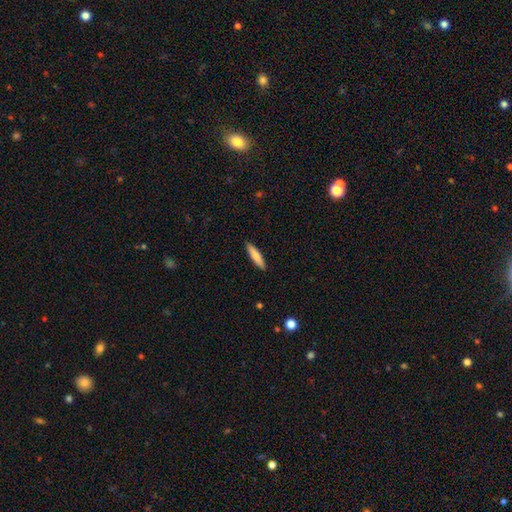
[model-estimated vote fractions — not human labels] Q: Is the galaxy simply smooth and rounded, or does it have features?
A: smooth — 83%.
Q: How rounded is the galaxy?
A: cigar-shaped — 81%.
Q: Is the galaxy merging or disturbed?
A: none — 91%.